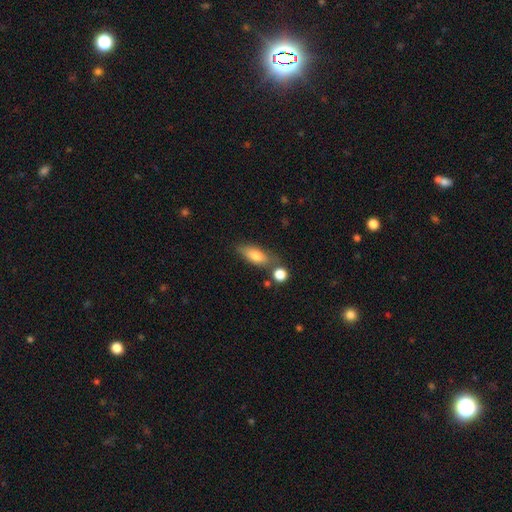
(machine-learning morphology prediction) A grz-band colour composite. It shows a smooth galaxy with no disk features (74%) that is in between round and cigar-shaped (72%). Merging: none (63%).